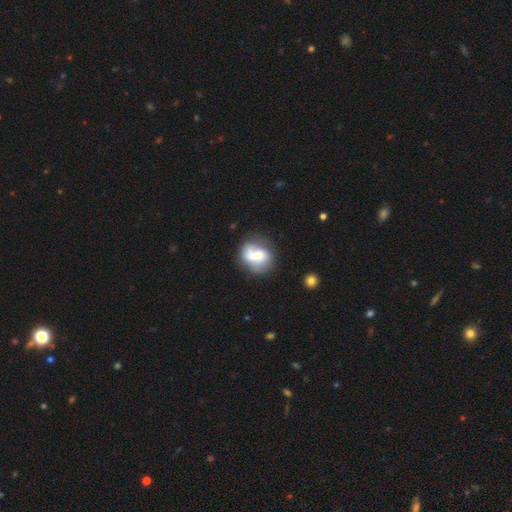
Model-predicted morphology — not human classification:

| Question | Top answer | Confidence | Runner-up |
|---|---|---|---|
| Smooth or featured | smooth | 54% | featured or disk (38%) |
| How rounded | round | 53% | in between (46%) |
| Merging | none | 50% | minor disturbance (25%) |